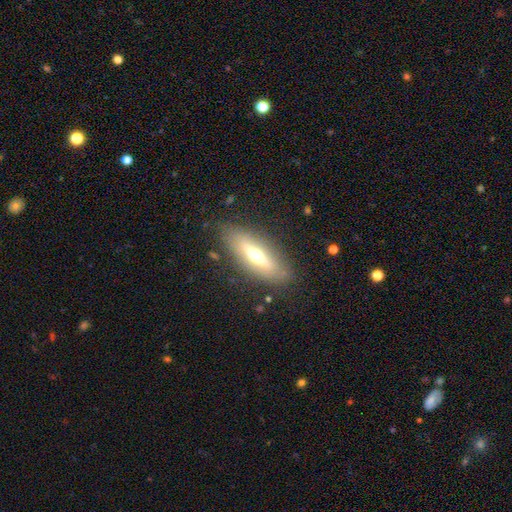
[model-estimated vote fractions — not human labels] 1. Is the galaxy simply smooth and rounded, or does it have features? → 51% featured or disk, 42% smooth, 7% star or artifact.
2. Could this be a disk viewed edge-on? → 70% yes, 30% no.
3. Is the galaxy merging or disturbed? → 82% none, 12% minor disturbance, 4% major disturbance, 2% merger.